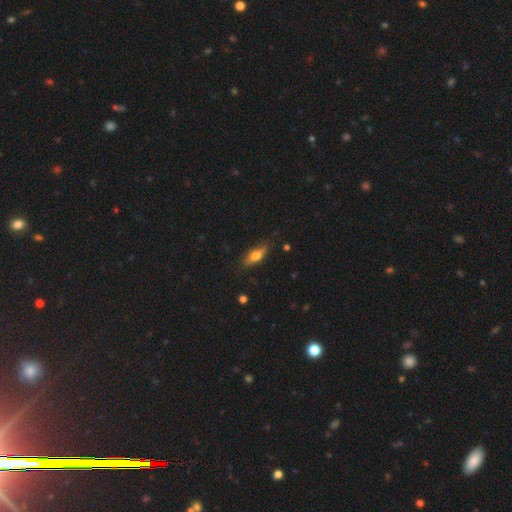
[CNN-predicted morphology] smooth-or-featured: smooth: 55% | featured or disk: 38% | star or artifact: 7%
  how-rounded: in between: 53% | cigar-shaped: 43% | round: 4%
  merging: none: 79% | minor disturbance: 16% | major disturbance: 4% | merger: 1%